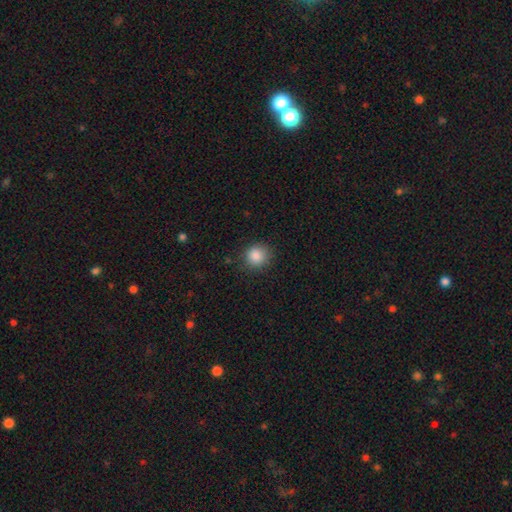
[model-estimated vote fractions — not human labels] This appears to be a smooth galaxy with no disk features (87%) that is round (88%). Merging: none (83%).